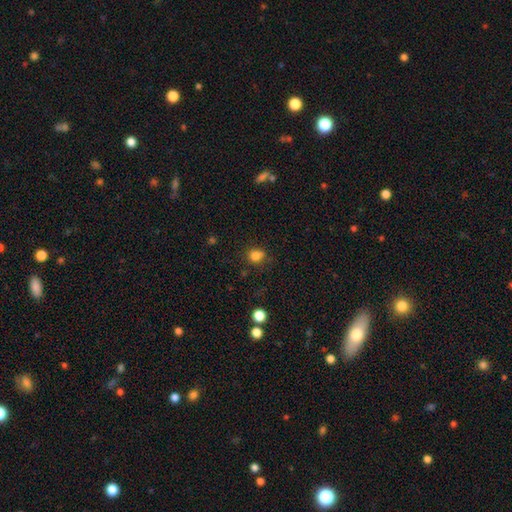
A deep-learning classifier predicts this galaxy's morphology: Q: Smooth or featured?
A: smooth (81%); runner-up: star or artifact (13%)
Q: How rounded?
A: round (76%); runner-up: in between (23%)
Q: Merging?
A: none (71%); runner-up: minor disturbance (18%)